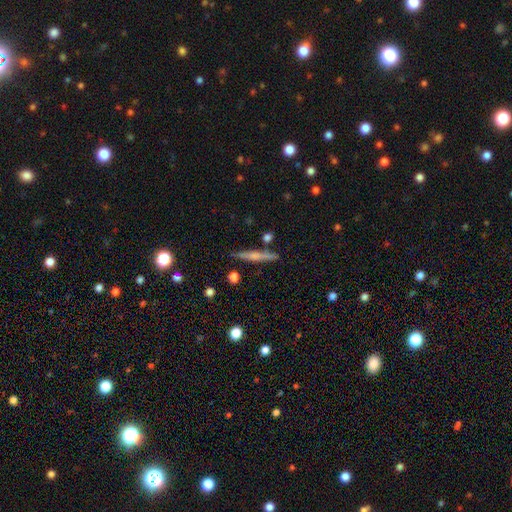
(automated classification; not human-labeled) This is possibly a featured or disk galaxy (53%). It is clearly viewed edge-on (97%). Edge-on bulge: possibly rounded (51%). Merging: clearly none (86%).